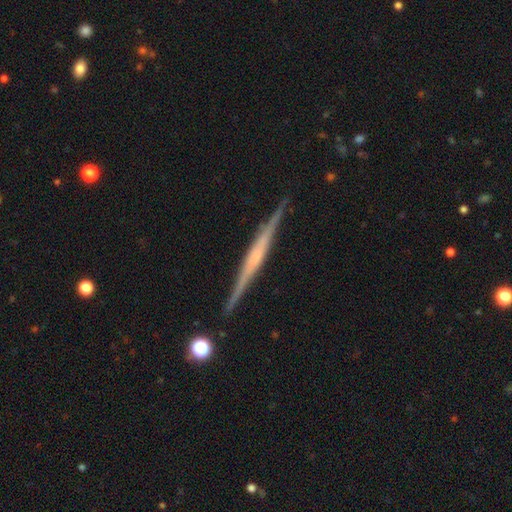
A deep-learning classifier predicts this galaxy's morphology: A featured or disk galaxy (75%) viewed edge-on (98%) with no central bulge (43%). Merging: none (89%).